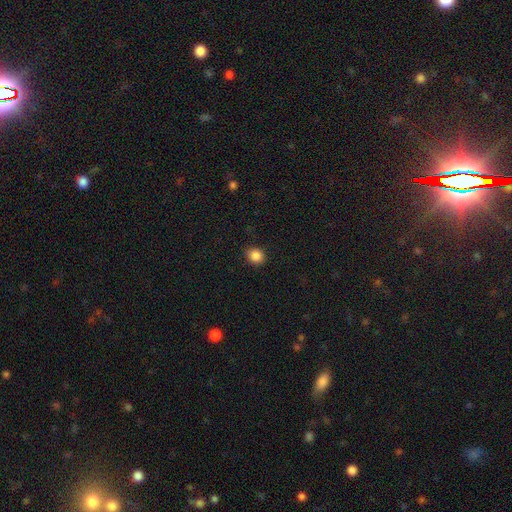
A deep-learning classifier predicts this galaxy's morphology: type=smooth (86%); roundness=round (81%); merging=none (88%).